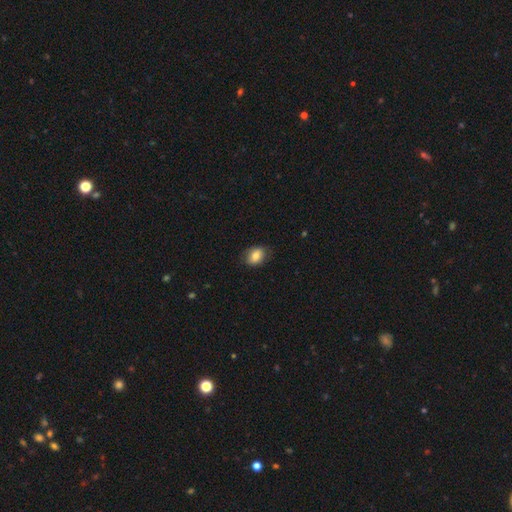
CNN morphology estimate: smooth-or-featured: smooth: 79% | featured or disk: 13% | star or artifact: 8%
  how-rounded: in between: 69% | round: 29% | cigar-shaped: 1%
  merging: none: 79% | minor disturbance: 16% | major disturbance: 4% | merger: 1%